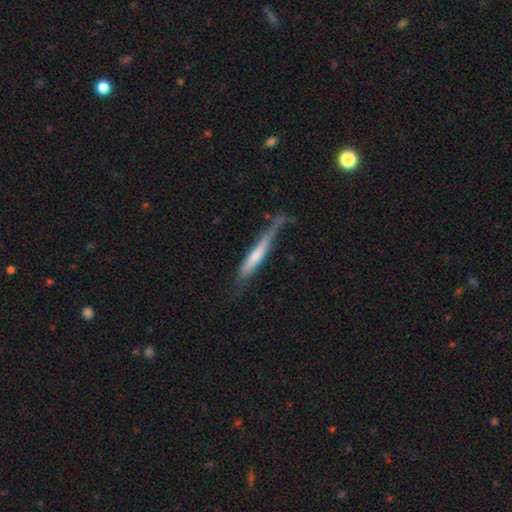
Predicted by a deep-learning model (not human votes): Smooth or featured: featured or disk — 58% (smooth — 34%)
Edge-on disk: yes — 93% (no — 7%)
Edge-on bulge: rounded — 47% (none — 41%)
Merging: none — 65% (minor disturbance — 25%)